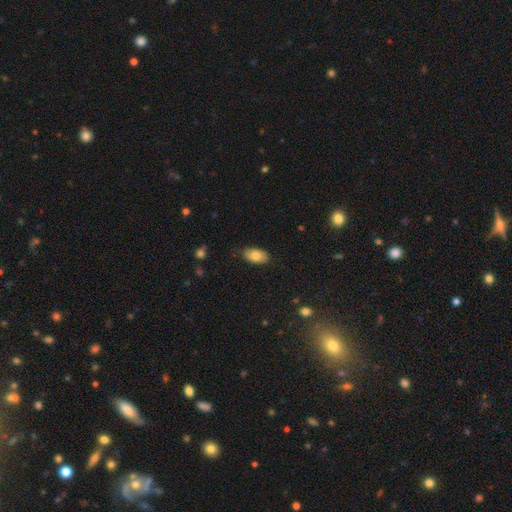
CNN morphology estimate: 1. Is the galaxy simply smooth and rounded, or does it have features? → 83% smooth, 10% featured or disk, 7% star or artifact.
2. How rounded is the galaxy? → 94% in between, 4% round, 2% cigar-shaped.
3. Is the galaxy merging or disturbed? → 82% none, 15% minor disturbance, 2% major disturbance, 1% merger.